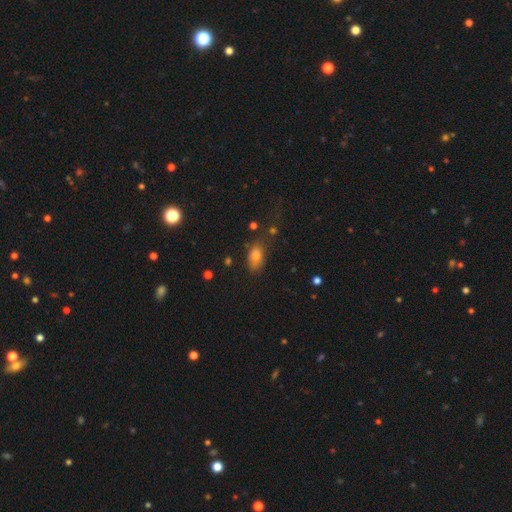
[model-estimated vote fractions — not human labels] Morphology: type=smooth (73%); roundness=in between (84%); merging=none (62%).